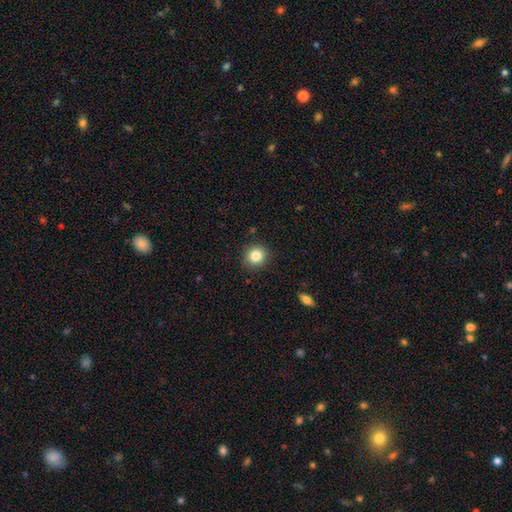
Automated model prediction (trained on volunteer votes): This appears to be a smooth galaxy with no disk features (84%) that is round (90%). Merging: none (88%).